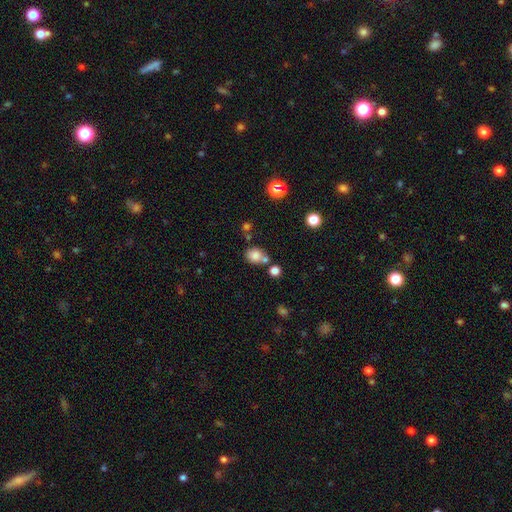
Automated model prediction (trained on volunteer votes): Q: Smooth or featured?
A: smooth (79%); runner-up: star or artifact (13%)
Q: How rounded?
A: round (73%); runner-up: in between (26%)
Q: Merging?
A: none (56%); runner-up: merger (27%)